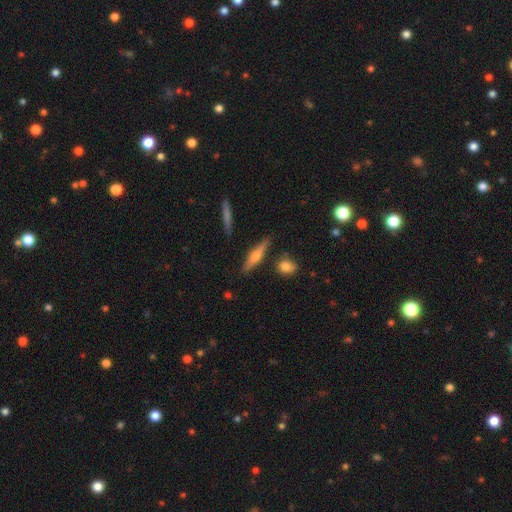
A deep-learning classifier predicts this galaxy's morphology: smooth_or_featured: featured or disk (p=0.55) [alt: smooth p=0.38]
disk_edge_on: yes (p=0.95) [alt: no p=0.05]
edge_on_bulge: rounded (p=0.88) [alt: boxy p=0.07]
merging: none (p=0.85) [alt: minor disturbance p=0.09]